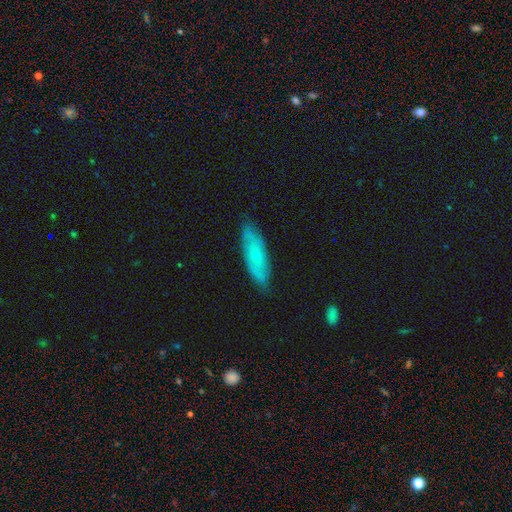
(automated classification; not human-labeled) The model was most divided on "smooth or featured": featured or disk: 50%, smooth: 44%, star or artifact: 7%. More confident: merging — none (81%).